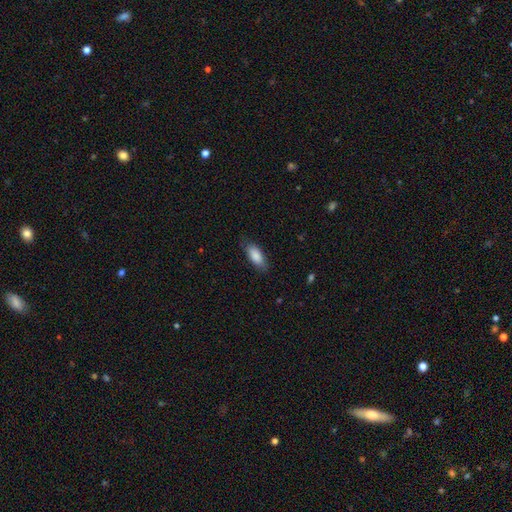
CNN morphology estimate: Q: Smooth or featured?
A: smooth (86%); runner-up: featured or disk (8%)
Q: How rounded?
A: in between (81%); runner-up: cigar-shaped (17%)
Q: Merging?
A: none (79%); runner-up: minor disturbance (16%)